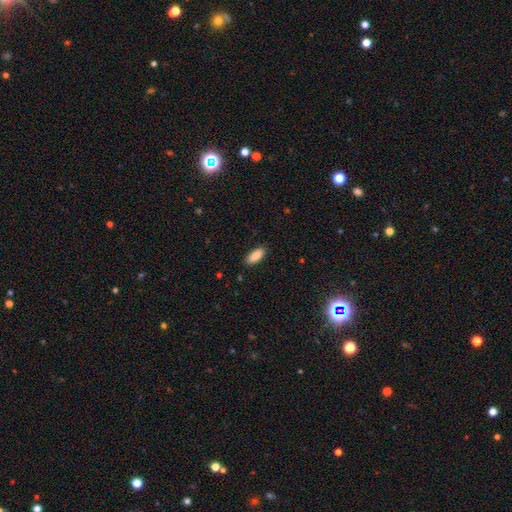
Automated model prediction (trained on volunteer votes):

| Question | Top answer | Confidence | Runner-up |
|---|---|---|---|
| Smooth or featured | smooth | 89% | star or artifact (6%) |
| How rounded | in between | 82% | cigar-shaped (16%) |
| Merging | none | 87% | minor disturbance (9%) |